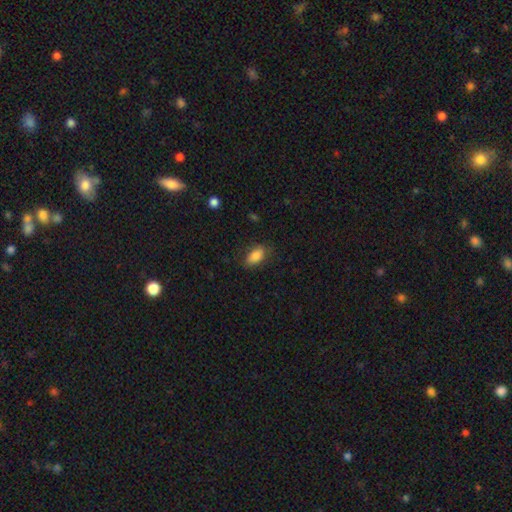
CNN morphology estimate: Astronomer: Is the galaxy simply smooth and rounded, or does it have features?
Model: smooth — 85%.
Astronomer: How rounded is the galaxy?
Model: in between — 89%.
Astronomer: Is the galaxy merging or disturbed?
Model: none — 80%.